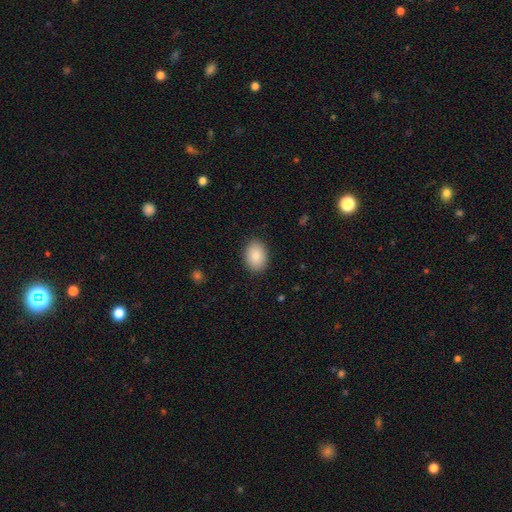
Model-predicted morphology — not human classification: This appears to be a smooth galaxy with no disk features (89%) that is in between round and cigar-shaped (77%). Merging: none (89%).